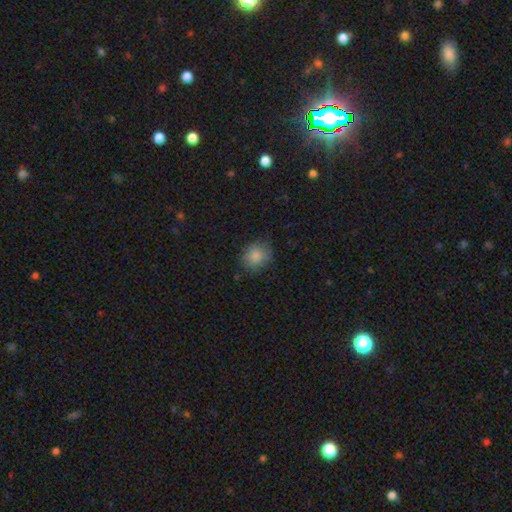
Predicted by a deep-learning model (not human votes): smooth 85%, star or artifact 8%, featured or disk 7%. Down the decision tree: how rounded — round (71%); merging — none (74%).